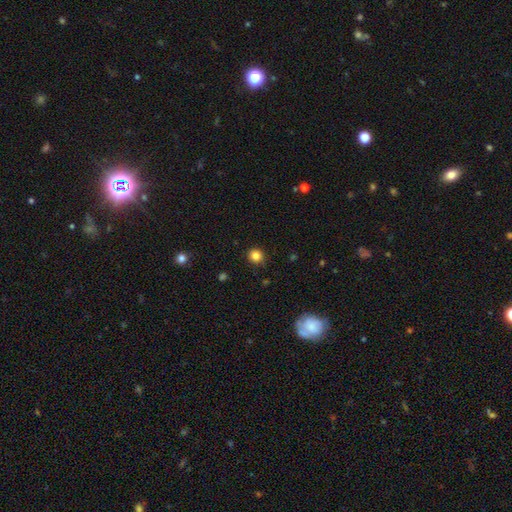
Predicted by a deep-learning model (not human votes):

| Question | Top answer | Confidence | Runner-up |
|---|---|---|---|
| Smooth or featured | smooth | 83% | star or artifact (12%) |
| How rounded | round | 90% | in between (9%) |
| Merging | none | 89% | minor disturbance (8%) |